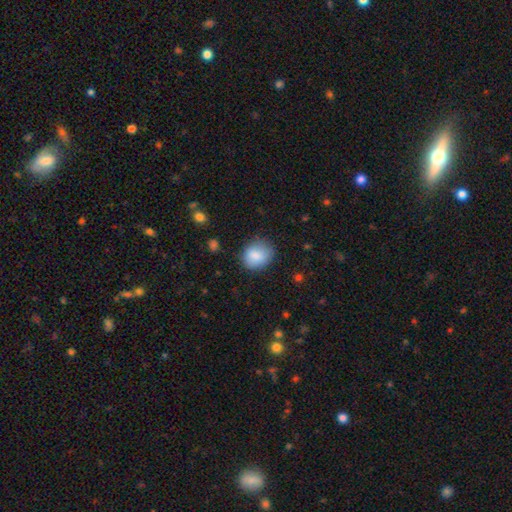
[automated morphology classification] A smooth galaxy with no disk features (86%) that is round (65%).

Vote fractions:
- Smooth or featured? smooth: 86% / star or artifact: 8% / featured or disk: 7%
- How rounded? round: 65% / in between: 35% / cigar-shaped: 1%
- Merging? none: 74% / minor disturbance: 19% / major disturbance: 5% / merger: 1%